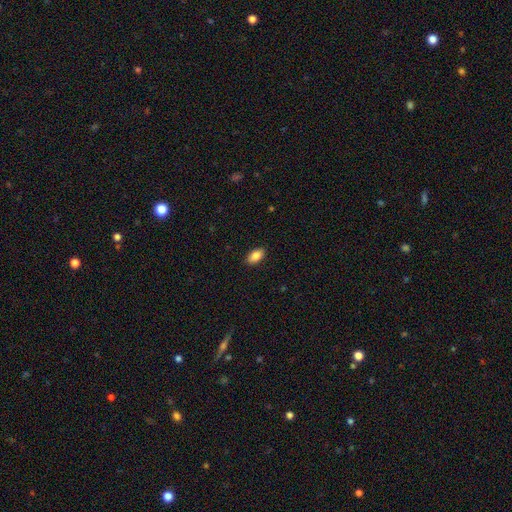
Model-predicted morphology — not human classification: This appears to be a smooth galaxy with no disk features (85%) that is in between round and cigar-shaped (92%). Merging: none (89%).